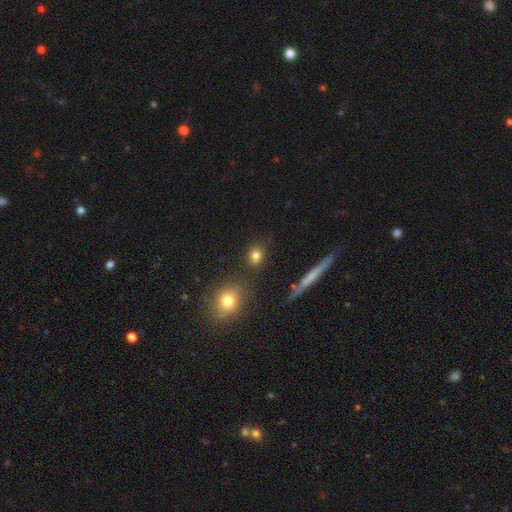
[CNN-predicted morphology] Overall: smooth (79%). How rounded: round (64%; in between 32%). Merging: none (80%).